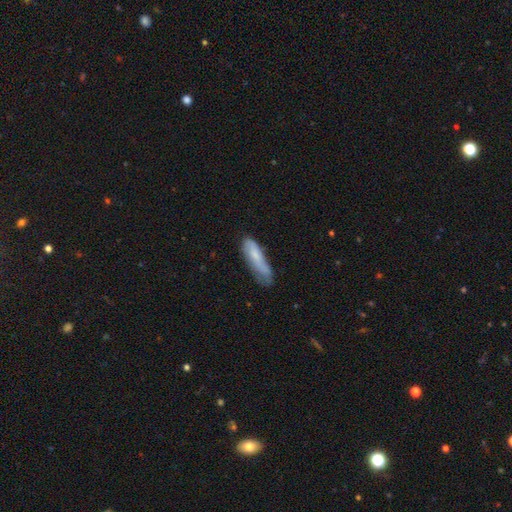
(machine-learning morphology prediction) Smooth or featured?
  - smooth: 67% *
  - featured or disk: 26%
  - star or artifact: 7%
How rounded?
  - cigar-shaped: 65% *
  - in between: 34%
  - round: 2%
Merging?
  - none: 52% *
  - minor disturbance: 33%
  - major disturbance: 12%
  - merger: 3%